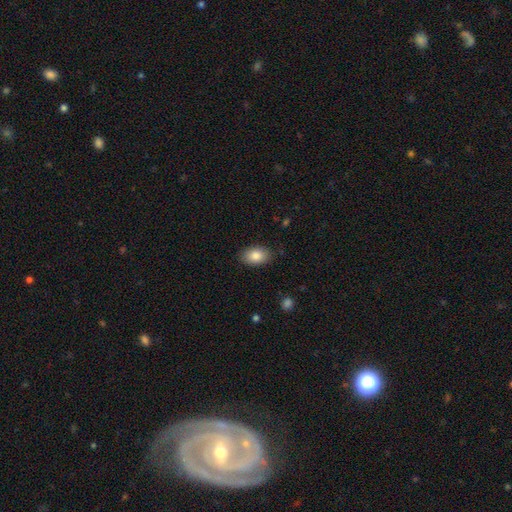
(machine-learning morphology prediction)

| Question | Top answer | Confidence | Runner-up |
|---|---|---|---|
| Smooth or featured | smooth | 84% | featured or disk (8%) |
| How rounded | in between | 89% | round (9%) |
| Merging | none | 86% | minor disturbance (10%) |